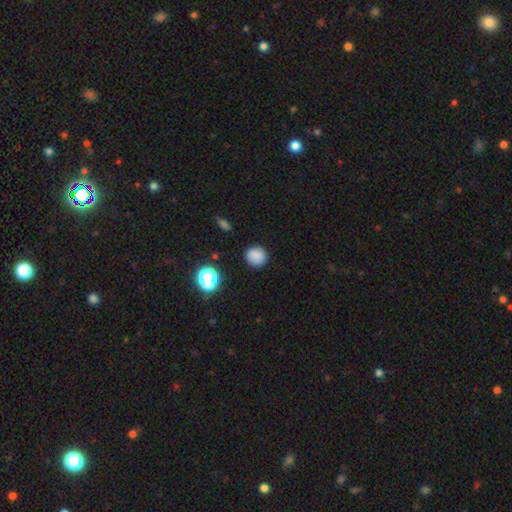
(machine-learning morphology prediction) A smooth galaxy with no disk features (83%) that is round (88%).

Vote fractions:
- Smooth or featured? smooth: 83% / star or artifact: 13% / featured or disk: 5%
- How rounded? round: 88% / in between: 11% / cigar-shaped: 1%
- Merging? none: 87% / minor disturbance: 9% / major disturbance: 3% / merger: 2%